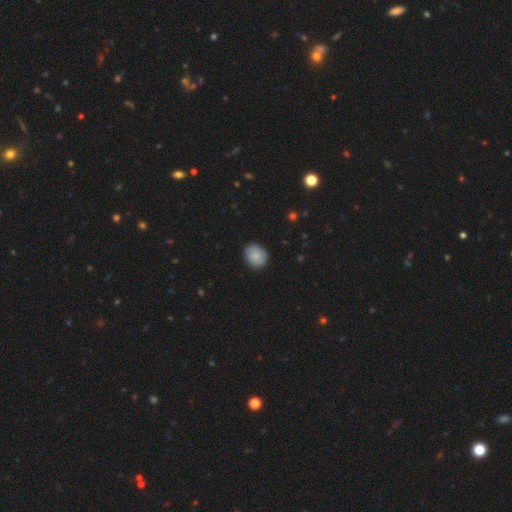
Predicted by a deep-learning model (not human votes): This is clearly a smooth galaxy (84%). How rounded: possibly round (59%). Merging: clearly none (87%).